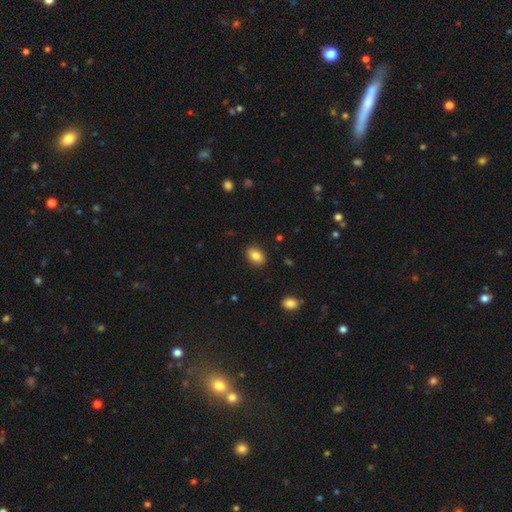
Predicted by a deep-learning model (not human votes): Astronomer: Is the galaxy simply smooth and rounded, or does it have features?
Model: smooth — 84%.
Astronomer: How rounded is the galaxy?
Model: in between — 83%.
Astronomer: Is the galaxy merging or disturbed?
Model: none — 88%.